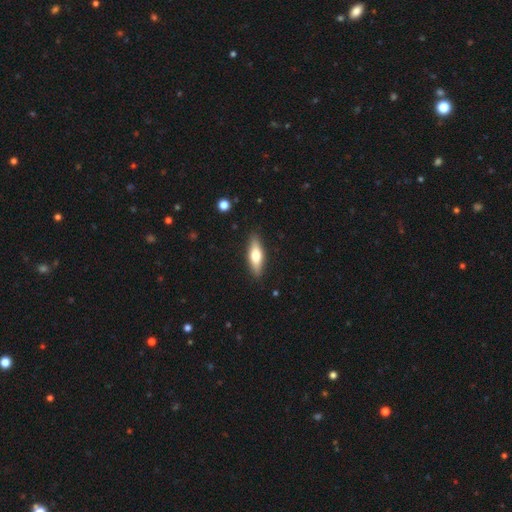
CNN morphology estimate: type=smooth (60%); roundness=cigar-shaped (49%, tied with in between); merging=none (88%).